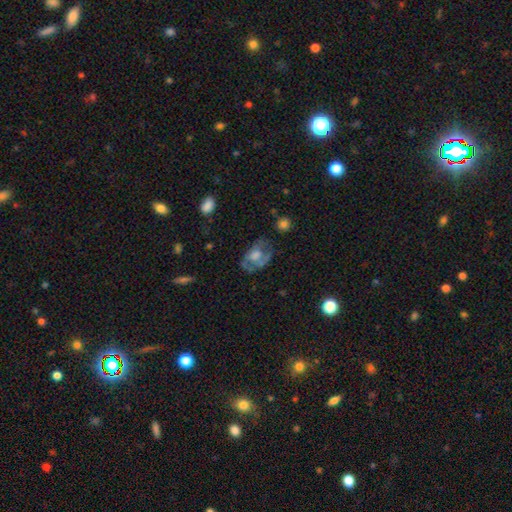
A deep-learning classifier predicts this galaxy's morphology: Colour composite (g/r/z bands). It shows a featured or disk galaxy (59%) with no bar (77%), no spiral arms (56%) and a moderate central bulge (41%). Merging: none (54%).